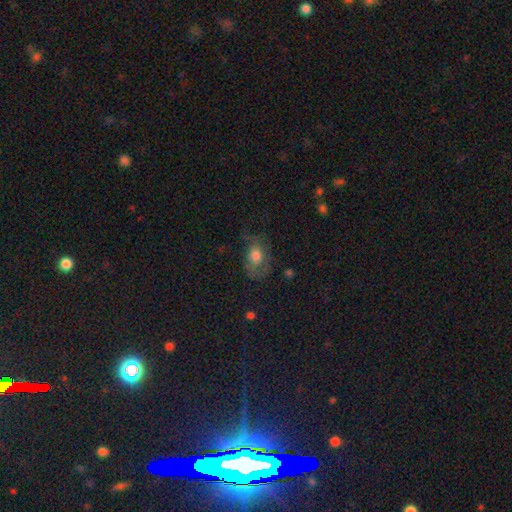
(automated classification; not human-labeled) Smooth or featured? Predicted: smooth (p=0.59). How rounded? Predicted: in between (p=0.70). Merging? Predicted: none (p=0.44).